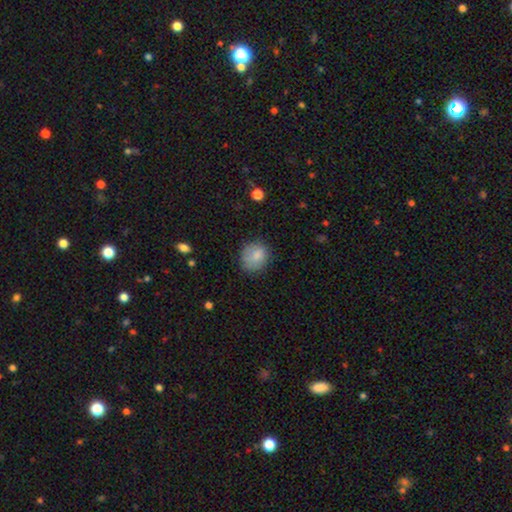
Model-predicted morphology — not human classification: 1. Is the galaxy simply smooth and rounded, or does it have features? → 82% smooth, 10% featured or disk, 8% star or artifact.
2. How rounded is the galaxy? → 72% round, 27% in between, 1% cigar-shaped.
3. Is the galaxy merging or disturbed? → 71% none, 21% minor disturbance, 7% major disturbance, 2% merger.